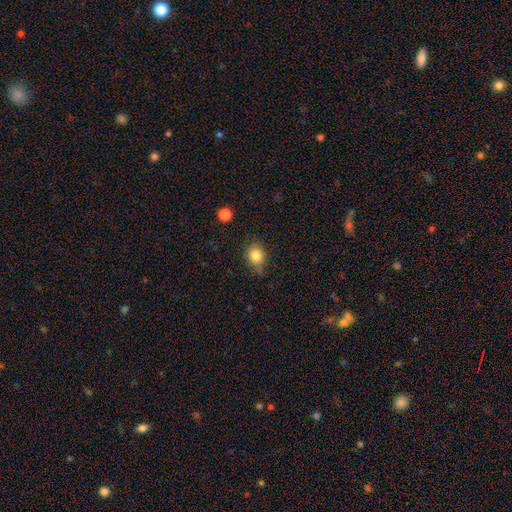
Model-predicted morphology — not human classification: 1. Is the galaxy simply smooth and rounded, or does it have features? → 83% smooth, 11% star or artifact, 6% featured or disk.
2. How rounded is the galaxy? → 70% round, 29% in between, 1% cigar-shaped.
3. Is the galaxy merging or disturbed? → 72% none, 21% minor disturbance, 4% major disturbance, 3% merger.